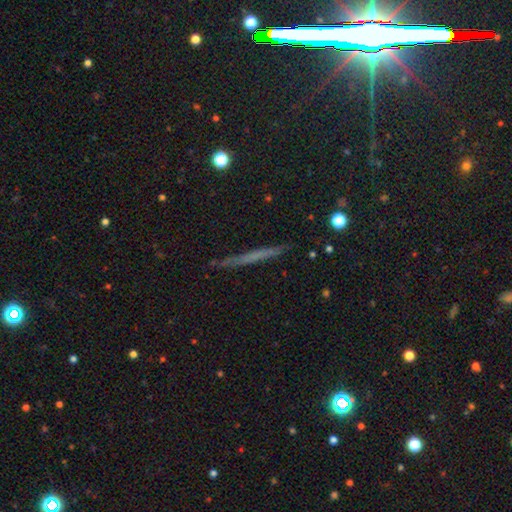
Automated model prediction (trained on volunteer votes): A smooth galaxy with no disk features (46%). Merging: none (89%).